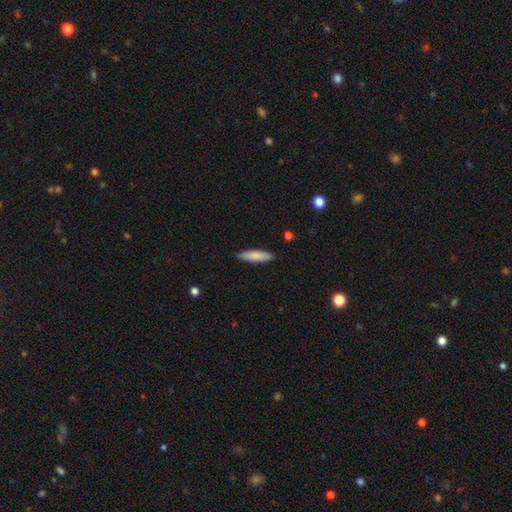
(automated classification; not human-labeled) Smooth or featured?
  - smooth: 83% *
  - featured or disk: 12%
  - star or artifact: 6%
How rounded?
  - cigar-shaped: 71% *
  - in between: 27%
  - round: 1%
Merging?
  - none: 88% *
  - minor disturbance: 9%
  - major disturbance: 2%
  - merger: 1%